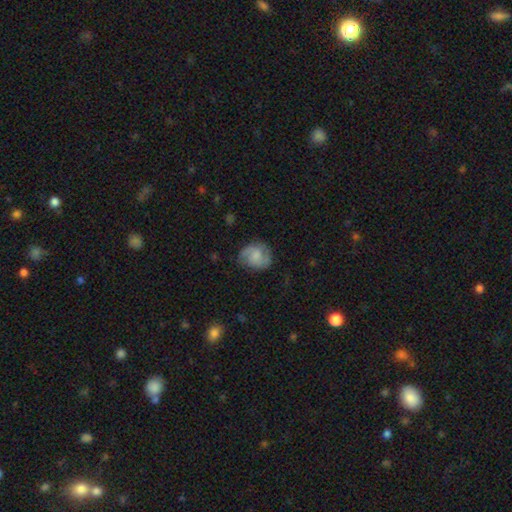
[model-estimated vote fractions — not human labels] Smooth or featured? Predicted: smooth (p=0.48). Merging? Predicted: none (p=0.68).